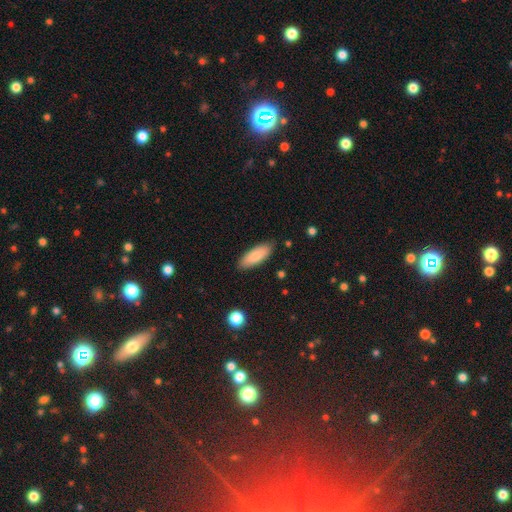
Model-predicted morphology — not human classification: A smooth galaxy with no disk features (83%) that is in between round and cigar-shaped (67%).

Vote fractions:
- Smooth or featured? smooth: 83% / featured or disk: 11% / star or artifact: 6%
- How rounded? in between: 67% / cigar-shaped: 31% / round: 2%
- Merging? none: 86% / minor disturbance: 11% / major disturbance: 2% / merger: 1%